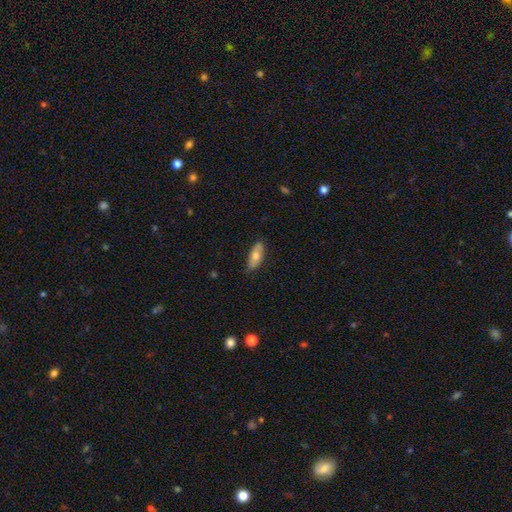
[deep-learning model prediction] Smooth or featured?
  - smooth: 66% *
  - featured or disk: 28%
  - star or artifact: 6%
How rounded?
  - in between: 77% *
  - cigar-shaped: 20%
  - round: 3%
Merging?
  - none: 79% *
  - minor disturbance: 17%
  - major disturbance: 3%
  - merger: 1%